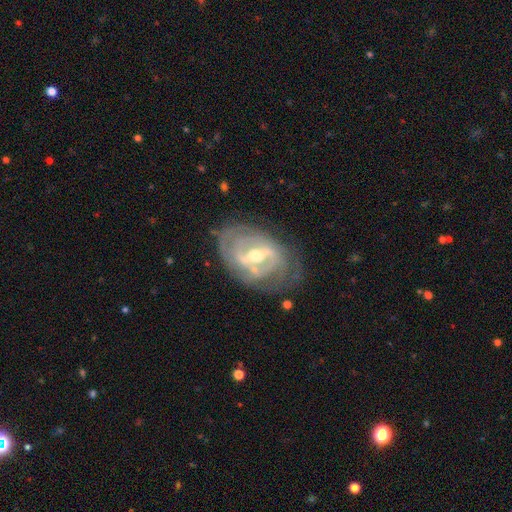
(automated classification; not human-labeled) Morphology: type=featured or disk (86%); edge-on=no (95%); bar=strong (55%); spiral arms=yes (82%); winding=tight (61%); arm count=2 (40%); bulge=moderate (65%); merging=none (68%).